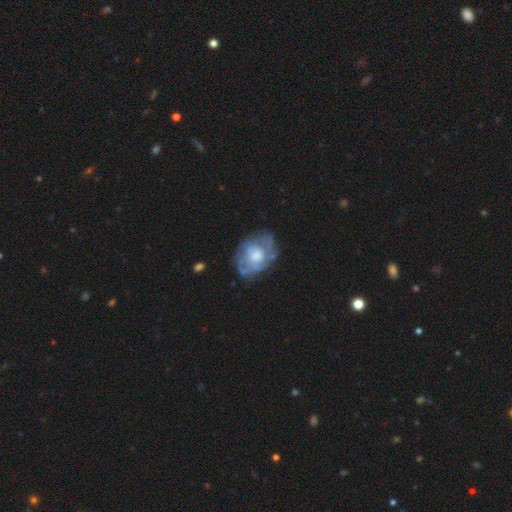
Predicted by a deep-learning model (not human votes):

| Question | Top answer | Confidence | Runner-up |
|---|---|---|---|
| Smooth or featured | featured or disk | 66% | smooth (27%) |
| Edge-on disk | no | 97% | yes (3%) |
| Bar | no | 79% | weak (18%) |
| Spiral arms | yes | 51% | no (49%) |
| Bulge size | moderate | 46% | large (32%) |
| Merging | none | 57% | minor disturbance (25%) |